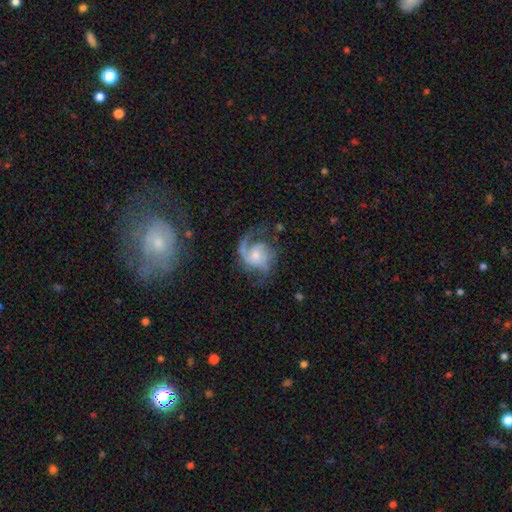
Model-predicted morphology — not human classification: Smooth or featured? Predicted: featured or disk (p=0.83). Edge-on disk? Predicted: no (p=0.98). Bar? Predicted: no (p=0.65). Spiral arms? Predicted: yes (p=0.95). Spiral winding? Predicted: medium (p=0.46). Spiral arm count? Predicted: 1 (p=0.46). Bulge size? Predicted: small (p=0.44). Merging? Predicted: none (p=0.54).